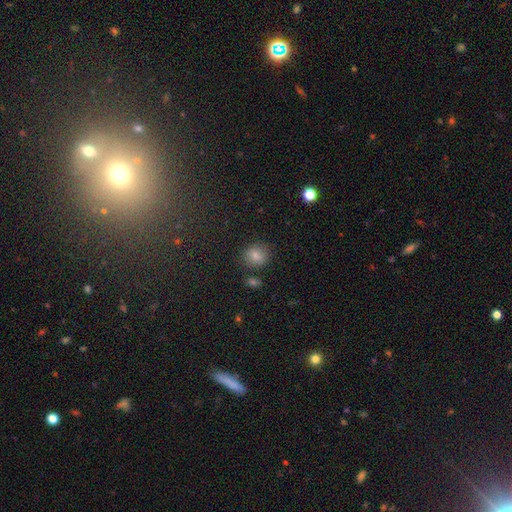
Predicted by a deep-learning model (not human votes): Smooth or featured?
  - smooth: 80% *
  - star or artifact: 12%
  - featured or disk: 8%
How rounded?
  - round: 70% *
  - in between: 29%
  - cigar-shaped: 1%
Merging?
  - none: 79% *
  - minor disturbance: 12%
  - merger: 5%
  - major disturbance: 4%